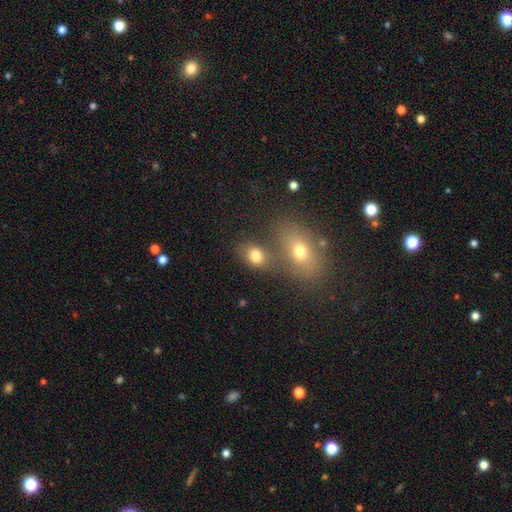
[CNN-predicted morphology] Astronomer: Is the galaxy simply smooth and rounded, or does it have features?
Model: smooth — 75%.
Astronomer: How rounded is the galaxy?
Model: in between — 65%.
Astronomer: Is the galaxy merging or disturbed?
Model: none — 51% (runner-up: merger, 33%).